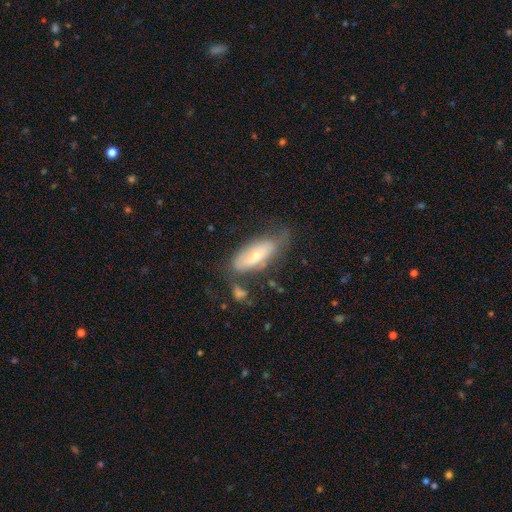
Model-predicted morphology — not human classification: type=smooth (54%); roundness=in between (73%); merging=none (46%).